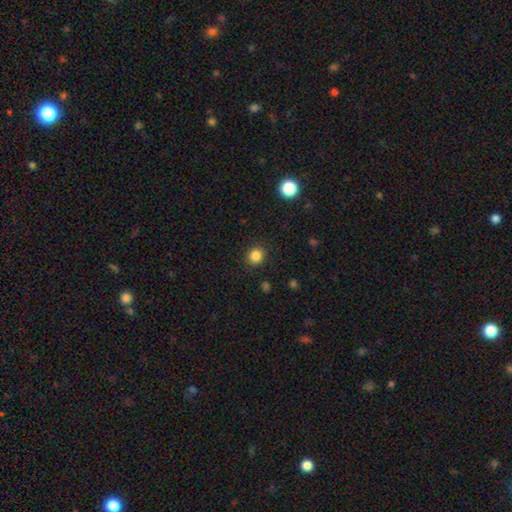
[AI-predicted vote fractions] The model was most divided on "smooth or featured": smooth: 85%, star or artifact: 11%, featured or disk: 4%. More confident: merging — none (90%); how rounded — round (87%).